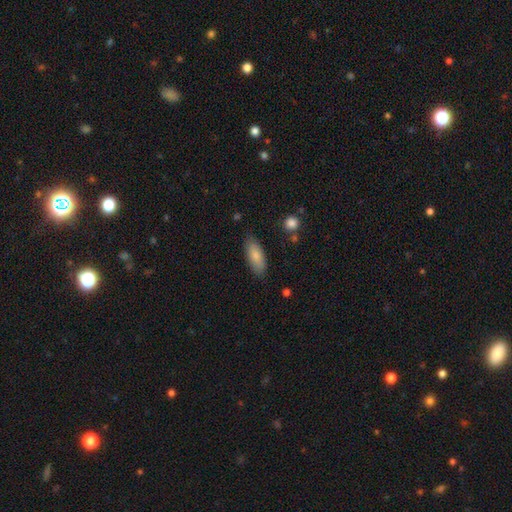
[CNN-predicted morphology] Smooth or featured: smooth — 82% (featured or disk — 11%)
How rounded: in between — 80% (cigar-shaped — 18%)
Merging: none — 82% (minor disturbance — 13%)